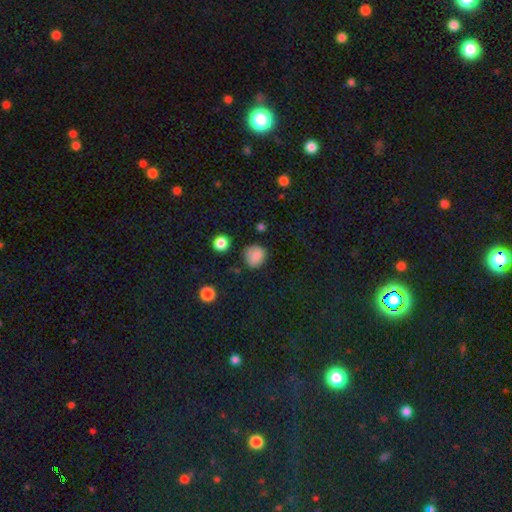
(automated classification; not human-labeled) A smooth galaxy with no disk features (82%) that is round (82%). Merging: none (73%).